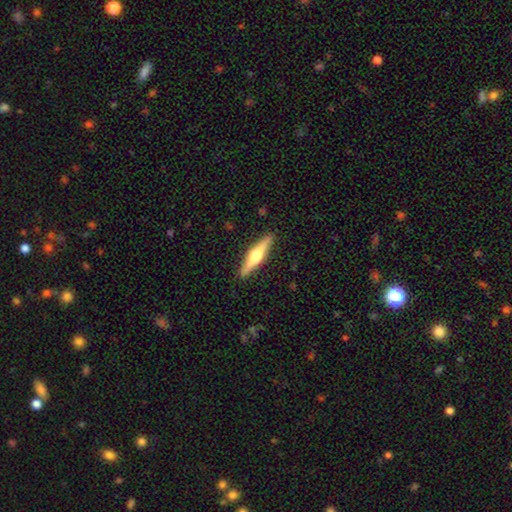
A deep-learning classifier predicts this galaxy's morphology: This is likely a featured or disk galaxy (64%). It is clearly viewed edge-on (97%). Edge-on bulge: clearly rounded (94%). Merging: clearly none (91%).